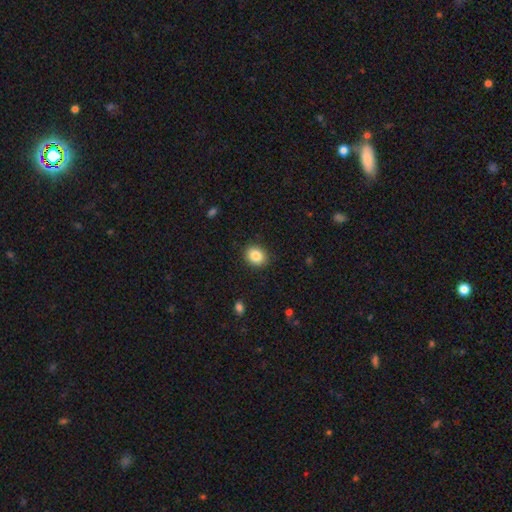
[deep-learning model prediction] Q: Smooth or featured?
A: smooth (86%); runner-up: star or artifact (9%)
Q: How rounded?
A: round (54%); runner-up: in between (45%)
Q: Merging?
A: none (89%); runner-up: minor disturbance (8%)